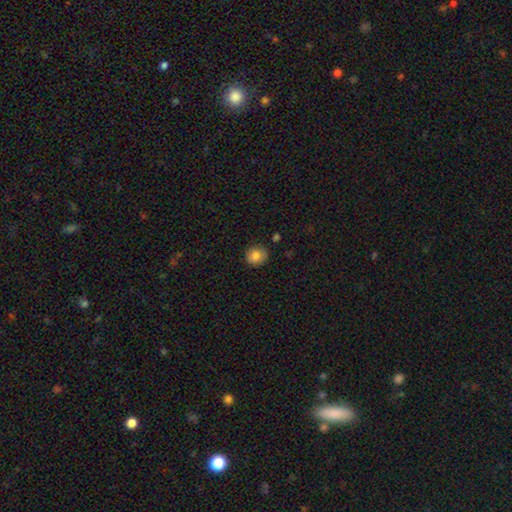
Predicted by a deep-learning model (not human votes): This appears to be a smooth galaxy with no disk features (83%) that is round (86%). Merging: none (83%).